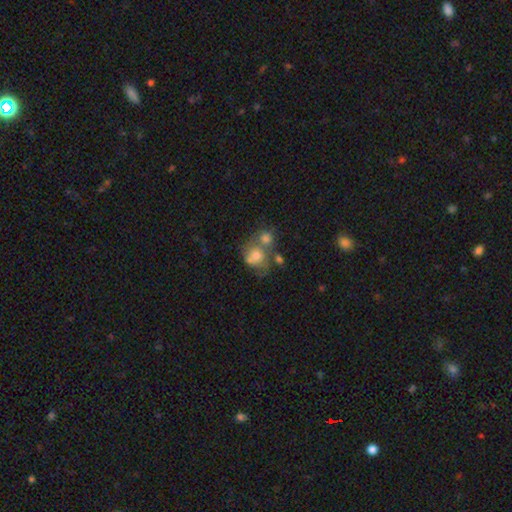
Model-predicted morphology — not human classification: Overall: smooth (63%; featured or disk 25%). How rounded: round (71%). Merging: merger (48%; none 31%).